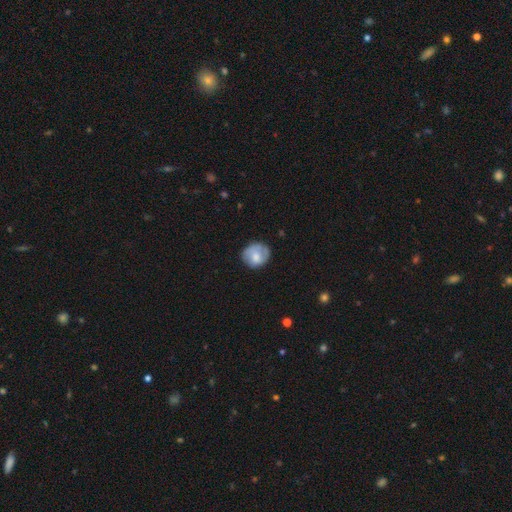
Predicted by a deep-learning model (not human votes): Smooth or featured? Predicted: smooth (p=0.66). How rounded? Predicted: round (p=0.74). Merging? Predicted: none (p=0.69).